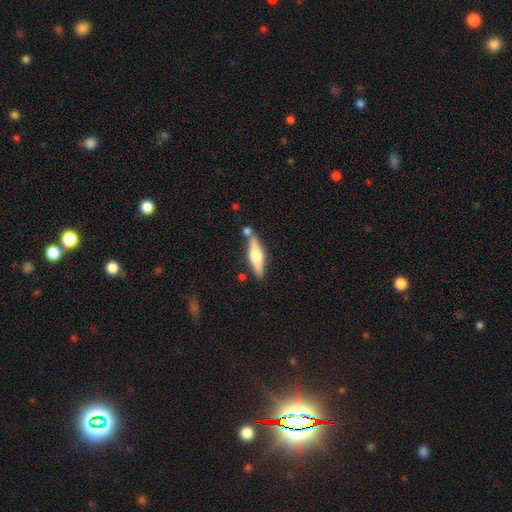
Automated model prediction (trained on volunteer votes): smooth-or-featured: featured or disk: 55% | smooth: 40% | star or artifact: 6%
  disk-edge-on: yes: 94% | no: 6%
    edge-on-bulge: rounded: 91% | boxy: 6% | none: 3%
  merging: none: 73% | minor disturbance: 13% | merger: 11% | major disturbance: 3%